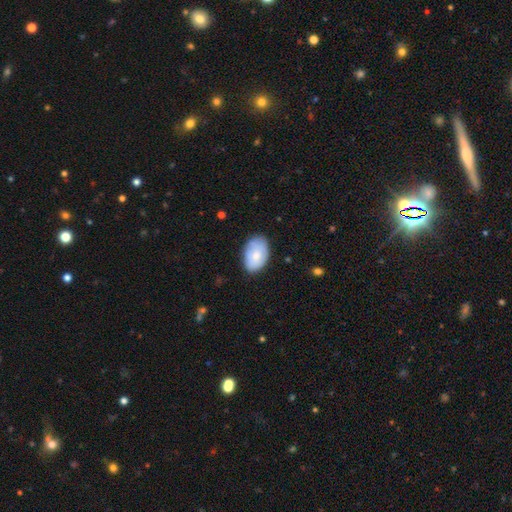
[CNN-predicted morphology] smooth-or-featured: smooth: 73% | featured or disk: 21% | star or artifact: 6%
  how-rounded: in between: 90% | round: 9% | cigar-shaped: 1%
  merging: none: 74% | minor disturbance: 21% | major disturbance: 4% | merger: 2%